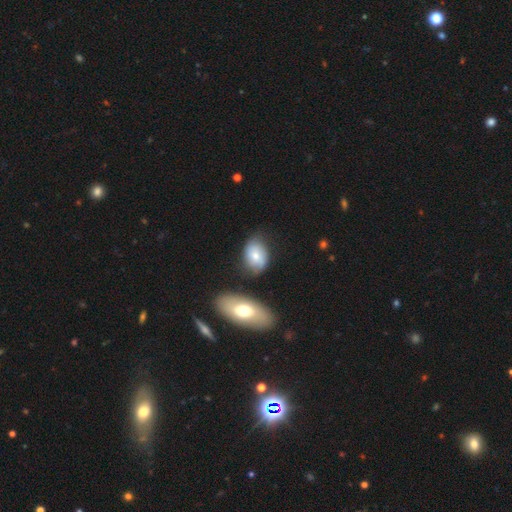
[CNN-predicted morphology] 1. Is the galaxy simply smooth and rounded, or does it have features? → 63% smooth, 30% featured or disk, 8% star or artifact.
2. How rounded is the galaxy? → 74% in between, 25% round, 2% cigar-shaped.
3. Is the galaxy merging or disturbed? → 61% none, 24% minor disturbance, 8% merger, 7% major disturbance.